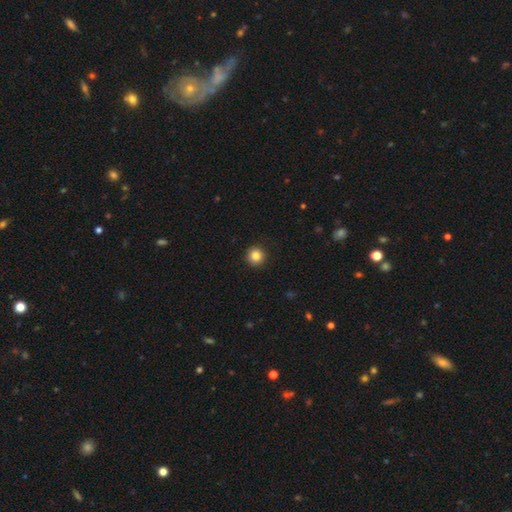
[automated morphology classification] This is clearly a smooth galaxy (85%). How rounded: clearly round (95%). Merging: clearly none (92%).